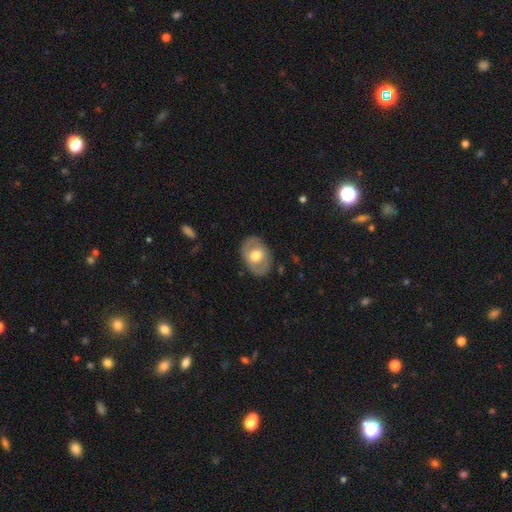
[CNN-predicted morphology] This is possibly a smooth galaxy (51%). How rounded: likely in between (74%). Merging: clearly none (82%).